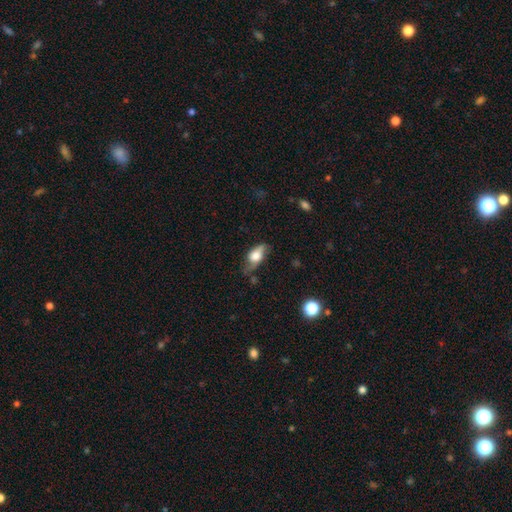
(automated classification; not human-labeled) Q: Smooth or featured?
A: smooth (56%); runner-up: featured or disk (36%)
Q: How rounded?
A: in between (81%); runner-up: cigar-shaped (12%)
Q: Merging?
A: none (53%); runner-up: minor disturbance (32%)